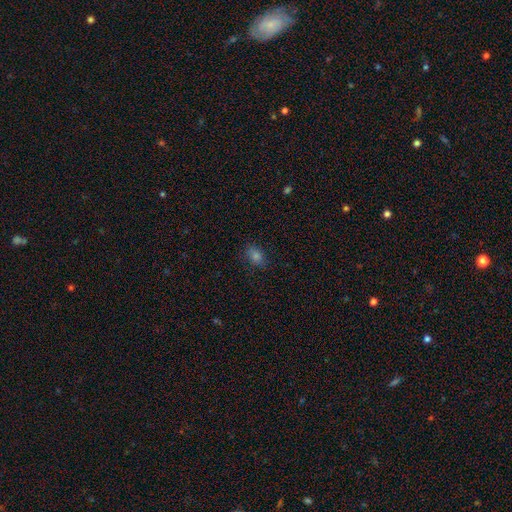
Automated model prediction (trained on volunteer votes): Smooth or featured? Predicted: smooth (p=0.68). How rounded? Predicted: in between (p=0.70). Merging? Predicted: none (p=0.82).